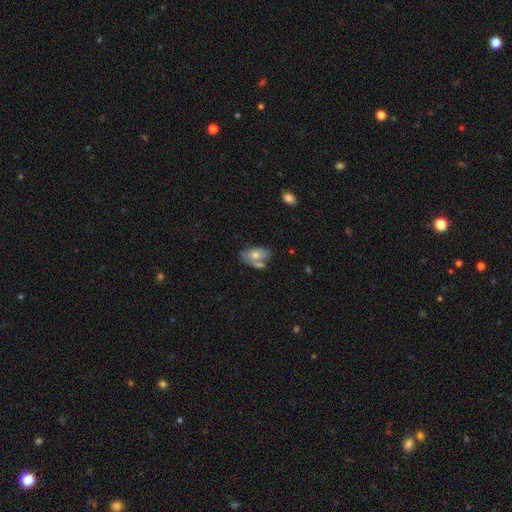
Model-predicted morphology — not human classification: The model was most divided on "merging": none: 39%, merger: 33%, minor disturbance: 20%, major disturbance: 8%. More confident: how rounded — in between (89%); smooth or featured — smooth (65%).